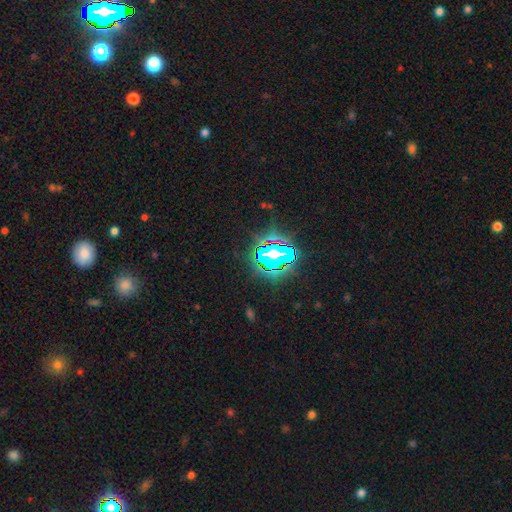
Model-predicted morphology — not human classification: type=star or artifact (71%).